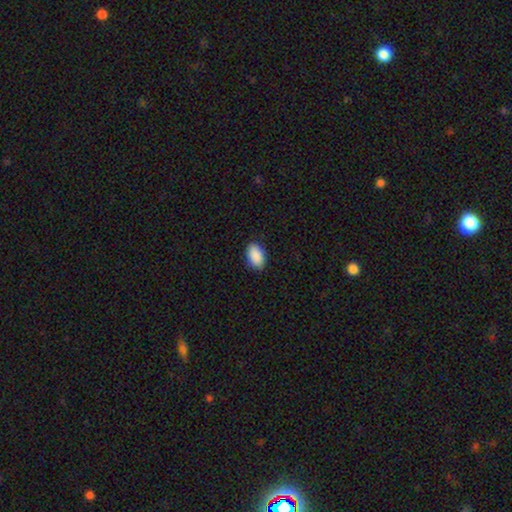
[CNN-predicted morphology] type=smooth (91%); roundness=in between (92%); merging=none (88%).